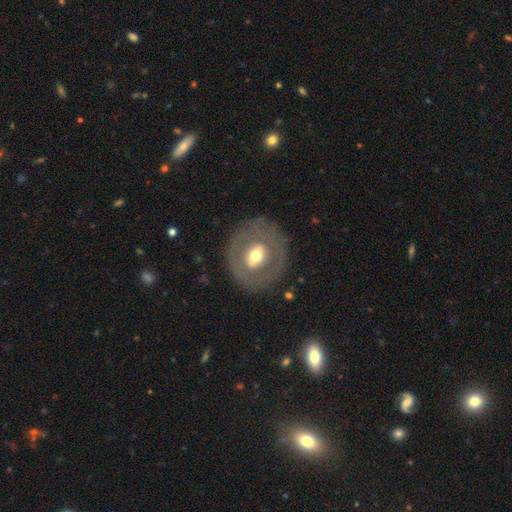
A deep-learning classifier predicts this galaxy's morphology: type=featured or disk (55%); edge-on=no (92%); bar=no (44%); spiral arms=no (87%); bulge=moderate (66%); merging=none (79%).